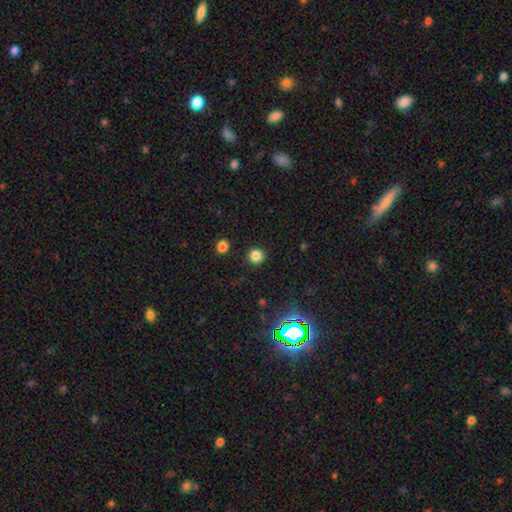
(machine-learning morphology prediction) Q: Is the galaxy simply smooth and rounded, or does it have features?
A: smooth — 81%.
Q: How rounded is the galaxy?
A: round — 93%.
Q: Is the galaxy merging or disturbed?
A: none — 91%.